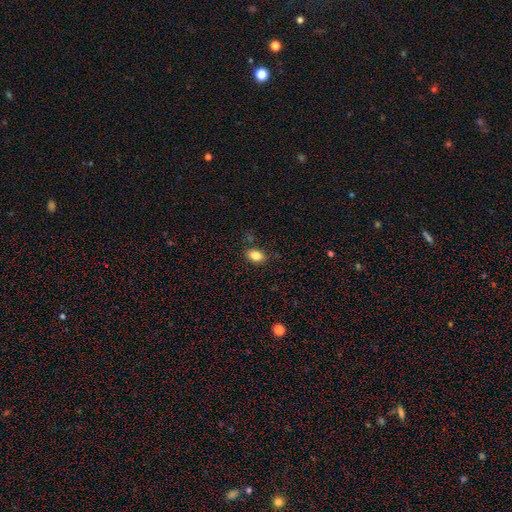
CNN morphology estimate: smooth 84%, star or artifact 9%, featured or disk 7%. Down the decision tree: how rounded — in between (82%); merging — none (83%).